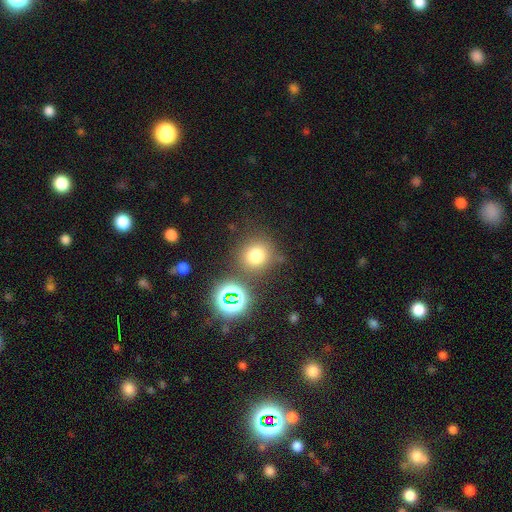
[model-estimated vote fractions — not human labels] Smooth or featured: smooth — 72% (star or artifact — 20%)
How rounded: round — 88% (in between — 11%)
Merging: none — 77% (minor disturbance — 10%)